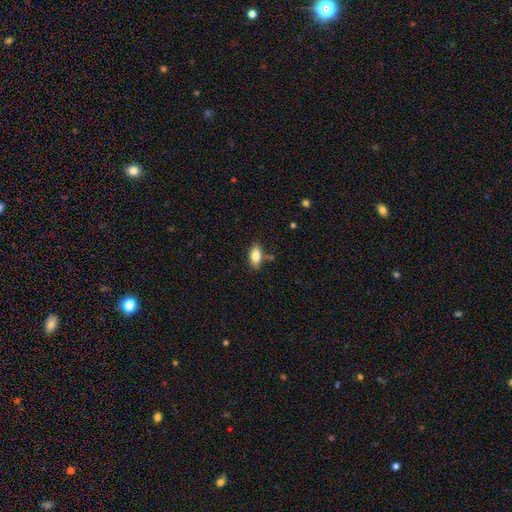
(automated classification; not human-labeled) smooth_or_featured: smooth (p=0.80) [alt: featured or disk p=0.13]
how_rounded: in between (p=0.88) [alt: cigar-shaped p=0.08]
merging: none (p=0.76) [alt: minor disturbance p=0.15]